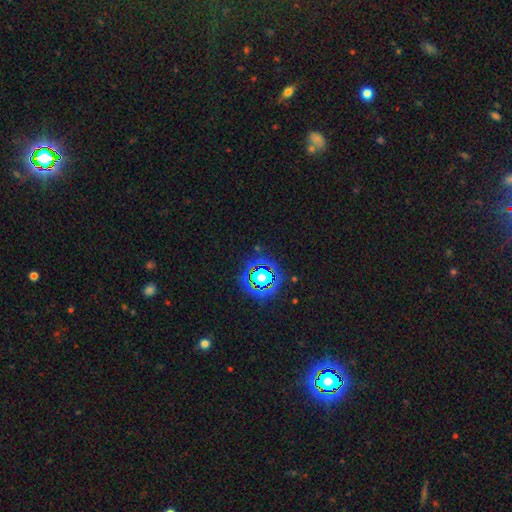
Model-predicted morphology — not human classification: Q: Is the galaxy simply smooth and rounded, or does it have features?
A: star or artifact — 79%.